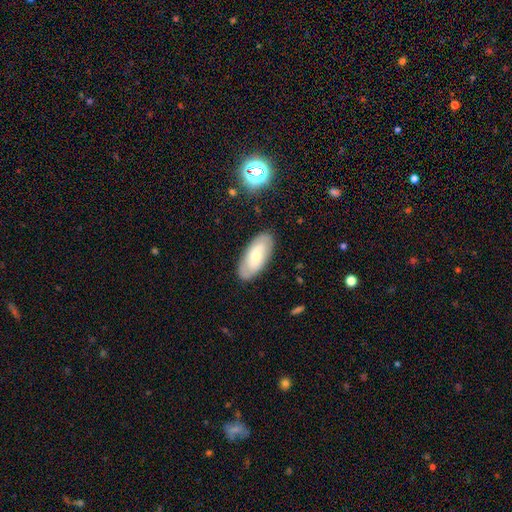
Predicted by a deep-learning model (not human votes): Smooth or featured: smooth — 53% (featured or disk — 40%)
How rounded: in between — 88% (cigar-shaped — 10%)
Merging: none — 86% (minor disturbance — 10%)